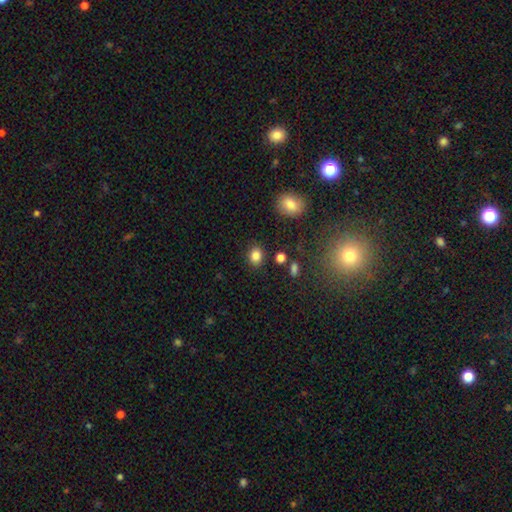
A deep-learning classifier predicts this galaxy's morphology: Overall: smooth (84%). How rounded: round (56%; in between 43%). Merging: none (86%).